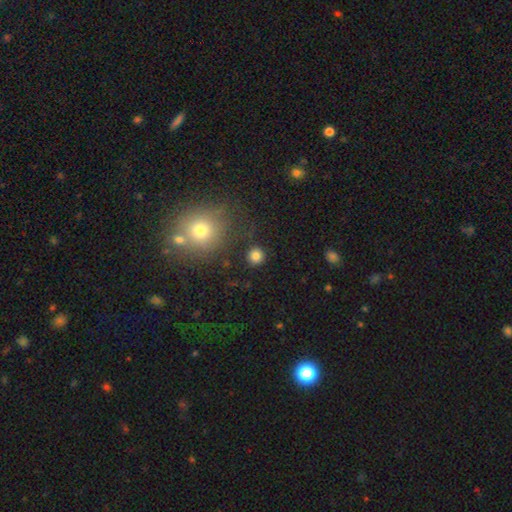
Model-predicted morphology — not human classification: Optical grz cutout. It shows a smooth galaxy with no disk features (82%) that is round (92%). Merging: none (87%).